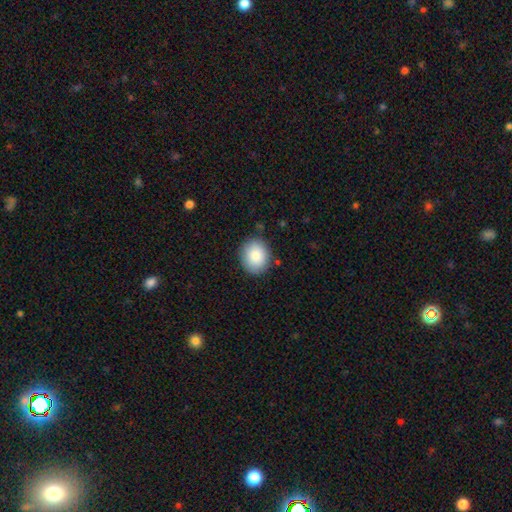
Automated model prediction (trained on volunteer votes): smooth_or_featured: smooth (p=0.86) [alt: star or artifact p=0.08]
how_rounded: round (p=0.67) [alt: in between p=0.32]
merging: none (p=0.86) [alt: minor disturbance p=0.10]